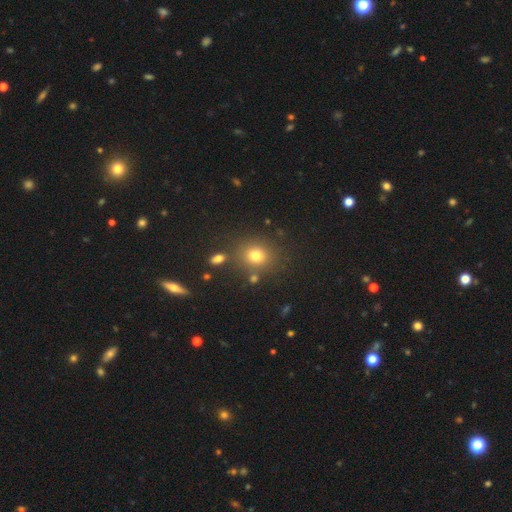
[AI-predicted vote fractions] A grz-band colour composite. It shows a smooth galaxy with no disk features (75%) that is round (73%). Merging: none (78%).